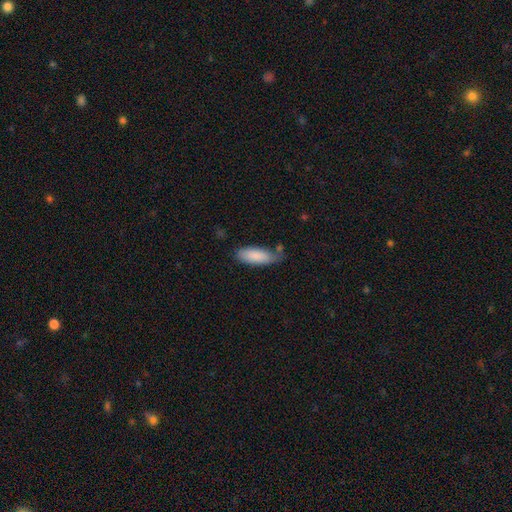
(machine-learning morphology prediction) A smooth galaxy with no disk features (87%) that is in between round and cigar-shaped (72%).

Vote fractions:
- Smooth or featured? smooth: 87% / featured or disk: 7% / star or artifact: 6%
- How rounded? in between: 72% / cigar-shaped: 26% / round: 2%
- Merging? none: 62% / minor disturbance: 27% / major disturbance: 6% / merger: 6%